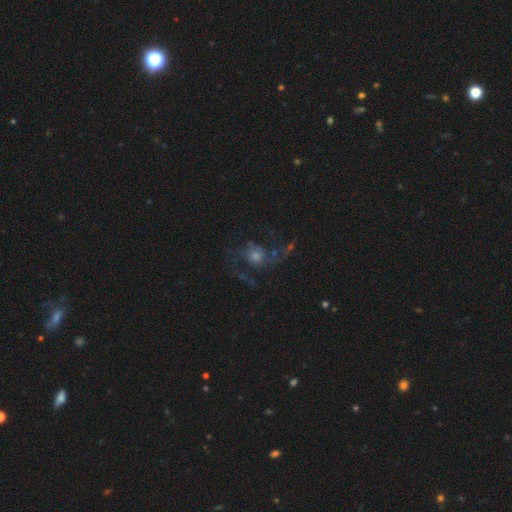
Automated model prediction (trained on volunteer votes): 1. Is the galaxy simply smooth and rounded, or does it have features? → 69% featured or disk, 16% smooth, 14% star or artifact.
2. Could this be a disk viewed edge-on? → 97% no, 3% yes.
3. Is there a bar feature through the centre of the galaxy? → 76% no, 20% weak, 4% strong.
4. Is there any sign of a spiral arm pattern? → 87% yes, 13% no.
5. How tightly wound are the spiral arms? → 54% loose, 37% medium, 10% tight.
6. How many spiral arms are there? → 72% 2, 10% can't tell, 8% 1, 5% 3, 3% 4, 2% more than 4.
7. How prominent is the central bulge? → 43% moderate, 40% small, 9% large, 5% none, 3% dominant.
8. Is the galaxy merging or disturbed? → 52% none, 29% major disturbance, 15% minor disturbance, 4% merger.